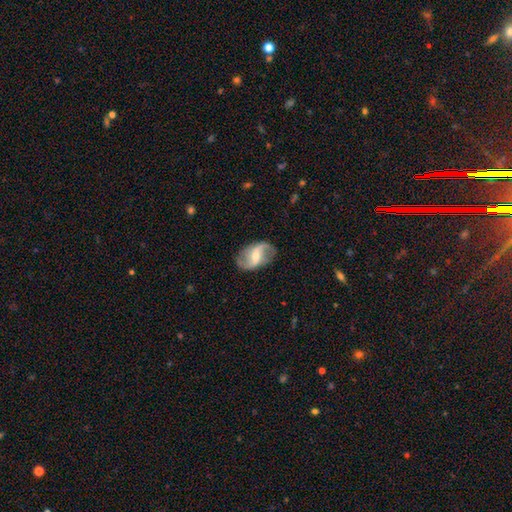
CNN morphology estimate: A featured or disk galaxy (83%) with a weak bar (46%), 2 (92%) loose (68%) spiral arms (94%) and a moderate central bulge (51%).

Vote fractions:
- Smooth or featured? featured or disk: 83% / smooth: 12% / star or artifact: 5%
- Edge-on disk? no: 97% / yes: 3%
- Bar? weak: 46% / strong: 29% / no: 25%
- Spiral arms? yes: 94% / no: 6%
- Spiral winding? loose: 68% / medium: 25% / tight: 7%
- Spiral arm count? 2: 92% / can't tell: 3% / 1: 2% / 3: 1% / 4: 1% / more than 4: 1%
- Bulge size? moderate: 51% / small: 43% / large: 3% / none: 2% / dominant: 1%
- Merging? none: 82% / minor disturbance: 12% / major disturbance: 4% / merger: 1%